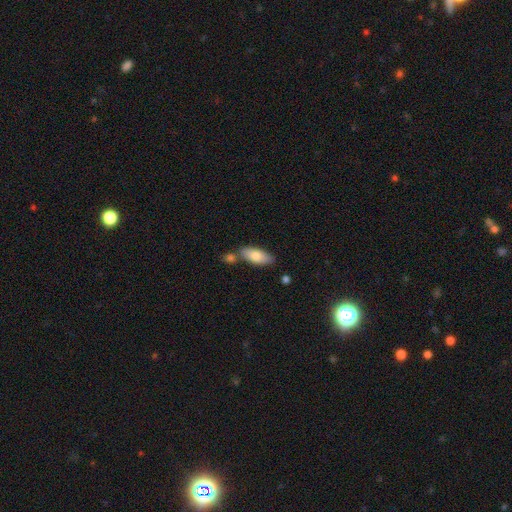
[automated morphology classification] This appears to be a smooth galaxy with no disk features (78%) that is in between round and cigar-shaped (80%). Merging: none (66%).